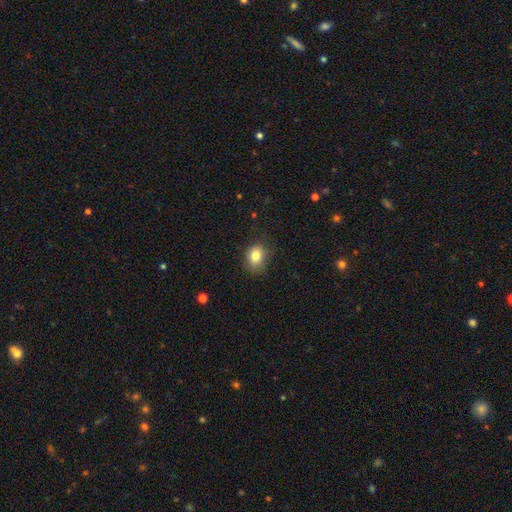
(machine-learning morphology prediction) The model was most divided on "how rounded": round: 53%, in between: 46%, cigar-shaped: 1%. More confident: smooth or featured — smooth (81%); merging — none (77%).